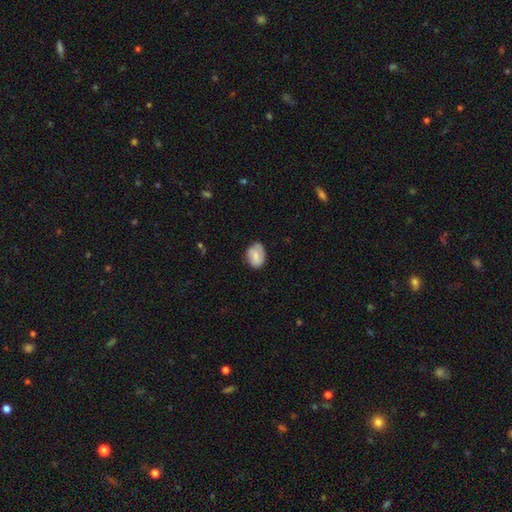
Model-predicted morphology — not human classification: The model was most divided on "how rounded": in between: 67%, round: 32%, cigar-shaped: 1%. More confident: merging — none (67%); smooth or featured — smooth (66%).